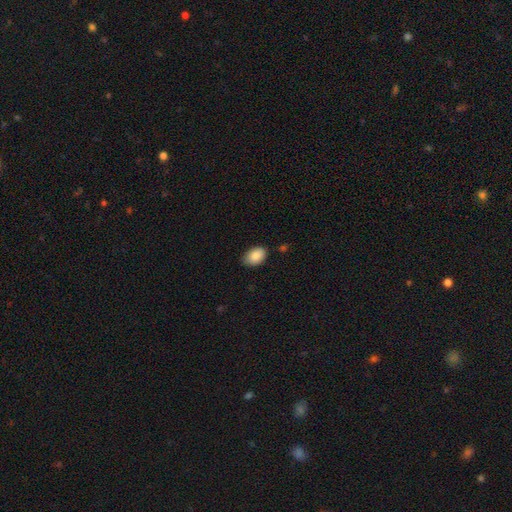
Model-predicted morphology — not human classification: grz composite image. It shows a smooth galaxy with no disk features (88%) that is in between round and cigar-shaped (86%). Merging: none (78%).